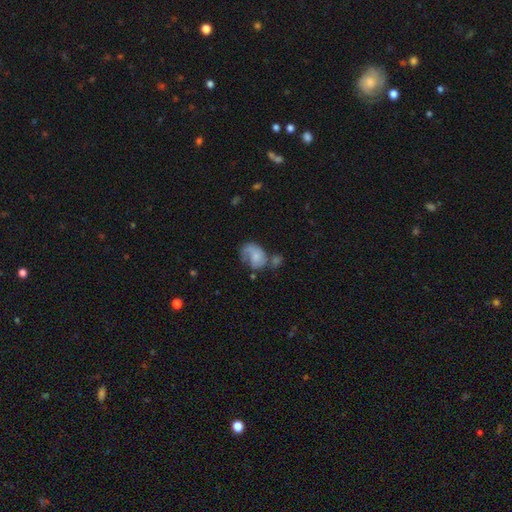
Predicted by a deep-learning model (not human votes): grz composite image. It shows a featured or disk galaxy (46%). Merging: major disturbance (32%).